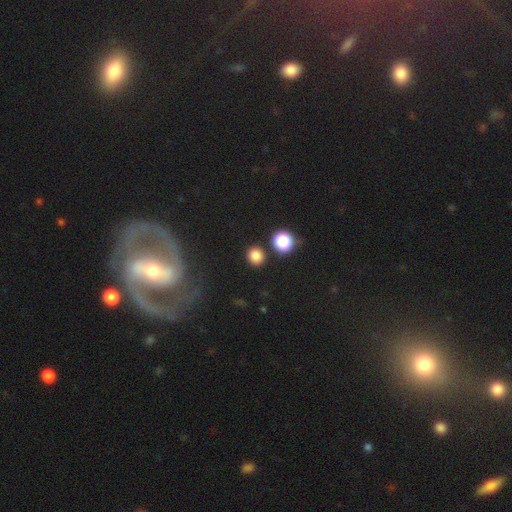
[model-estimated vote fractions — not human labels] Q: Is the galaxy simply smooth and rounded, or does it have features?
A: smooth — 82%.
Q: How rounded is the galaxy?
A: round — 83%.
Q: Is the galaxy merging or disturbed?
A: none — 84%.